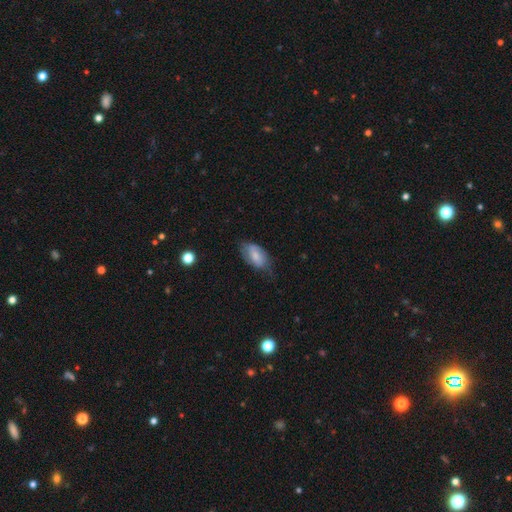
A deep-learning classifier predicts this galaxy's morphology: A smooth galaxy with no disk features (59%) that is in between round and cigar-shaped (92%).

Vote fractions:
- Smooth or featured? smooth: 59% / featured or disk: 34% / star or artifact: 7%
- How rounded? in between: 92% / round: 5% / cigar-shaped: 3%
- Merging? none: 51% / minor disturbance: 34% / major disturbance: 13% / merger: 2%